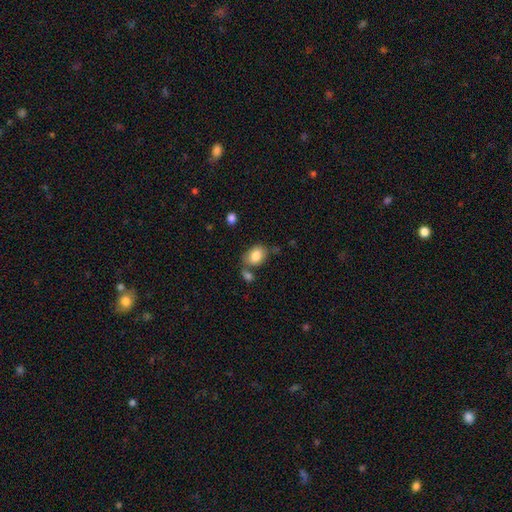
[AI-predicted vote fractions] smooth_or_featured: smooth (p=0.84) [alt: featured or disk p=0.09]
how_rounded: in between (p=0.76) [alt: round p=0.23]
merging: none (p=0.59) [alt: merger p=0.19]